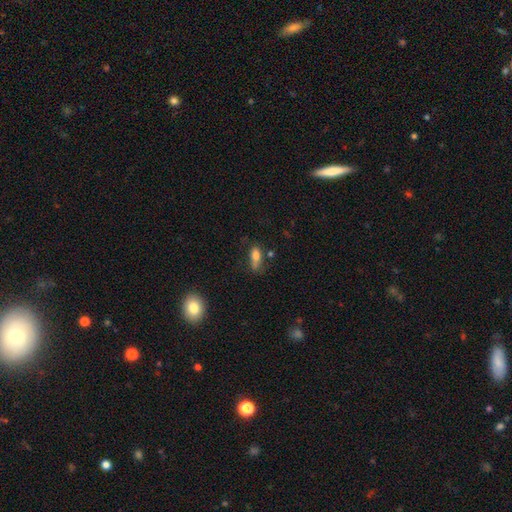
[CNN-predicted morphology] Smooth or featured?
  - smooth: 75% *
  - featured or disk: 14%
  - star or artifact: 11%
How rounded?
  - in between: 73% *
  - cigar-shaped: 21%
  - round: 6%
Merging?
  - none: 46% *
  - minor disturbance: 28%
  - major disturbance: 15%
  - merger: 11%